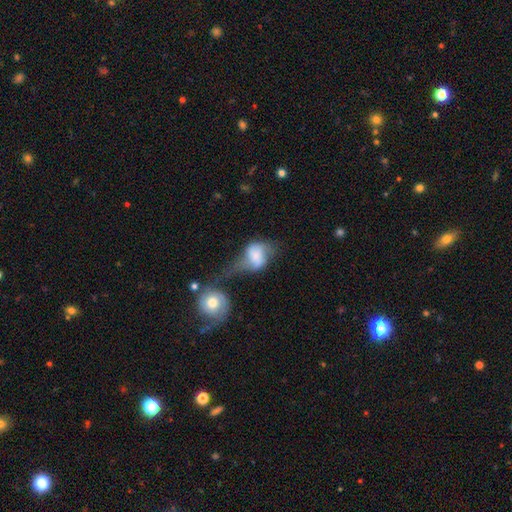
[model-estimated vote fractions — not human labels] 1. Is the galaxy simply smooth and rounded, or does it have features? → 53% smooth, 39% featured or disk, 8% star or artifact.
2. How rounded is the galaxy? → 65% in between, 32% round, 2% cigar-shaped.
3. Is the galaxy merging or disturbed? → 40% merger, 31% major disturbance, 15% none, 14% minor disturbance.